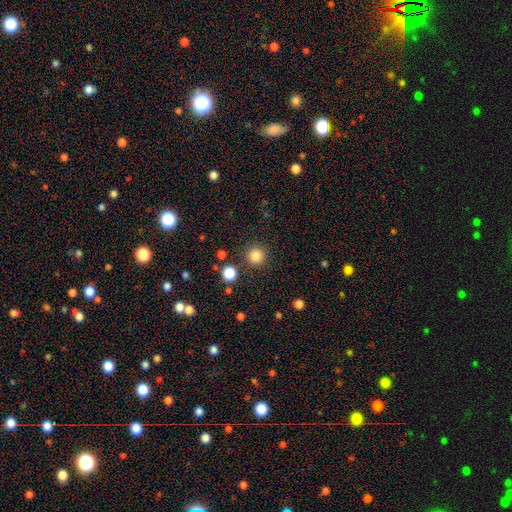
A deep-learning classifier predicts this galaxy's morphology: Smooth or featured? smooth (84%)
How rounded? round (95%)
Merging? none (89%)